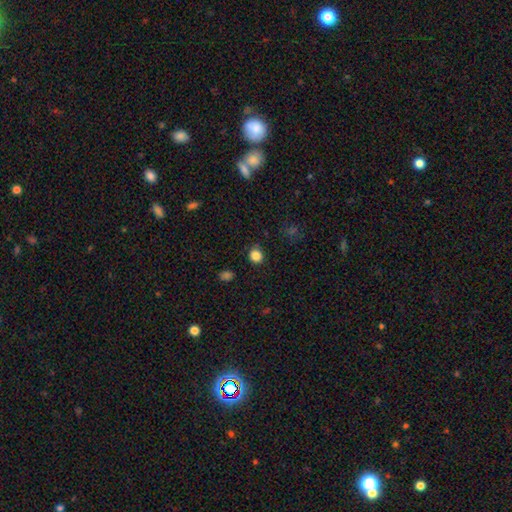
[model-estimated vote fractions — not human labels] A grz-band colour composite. It shows a smooth galaxy with no disk features (84%) that is round (84%). Merging: none (86%).